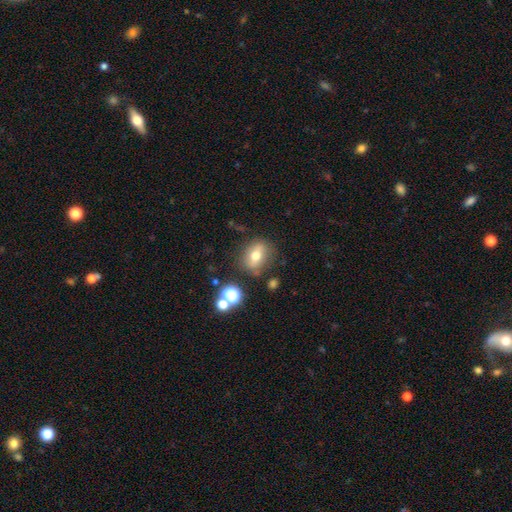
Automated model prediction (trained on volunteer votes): Smooth or featured? smooth (63%)
How rounded? in between (55%)
Merging? none (74%)